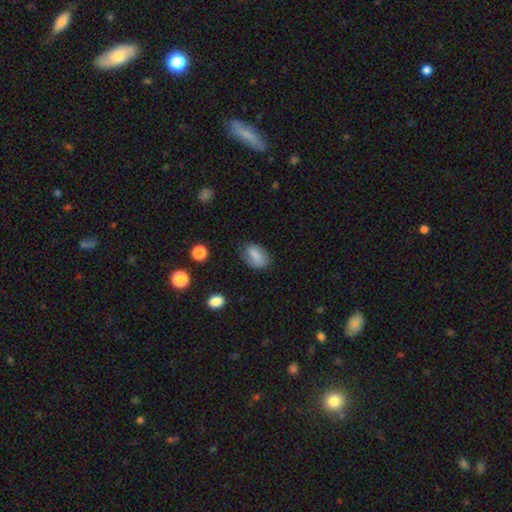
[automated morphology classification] The model was most divided on "merging": none: 74%, minor disturbance: 19%, major disturbance: 5%, merger: 1%. More confident: how rounded — in between (86%); smooth or featured — smooth (80%).